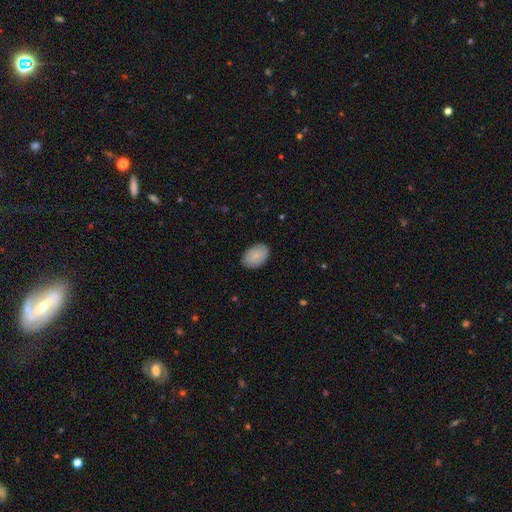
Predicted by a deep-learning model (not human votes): Smooth or featured?
  - smooth: 84% *
  - featured or disk: 9%
  - star or artifact: 6%
How rounded?
  - in between: 86% *
  - round: 13%
  - cigar-shaped: 1%
Merging?
  - none: 82% *
  - minor disturbance: 14%
  - major disturbance: 3%
  - merger: 1%